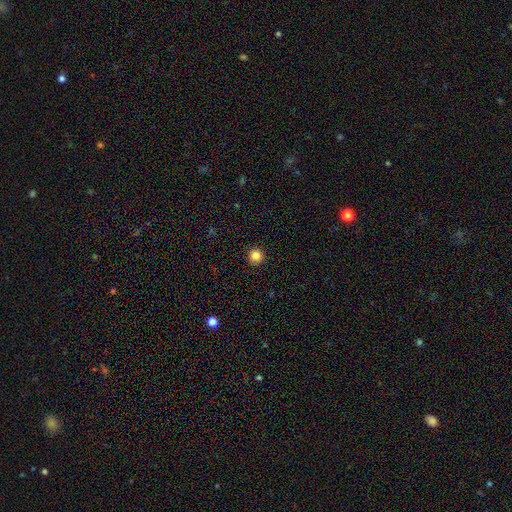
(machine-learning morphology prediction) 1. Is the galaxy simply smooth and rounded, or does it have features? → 85% smooth, 11% star or artifact, 4% featured or disk.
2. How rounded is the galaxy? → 96% round, 3% in between, 1% cigar-shaped.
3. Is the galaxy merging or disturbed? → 93% none, 5% minor disturbance, 2% major disturbance, 1% merger.